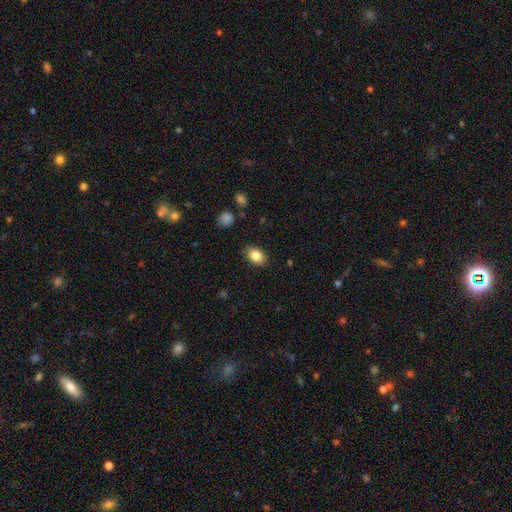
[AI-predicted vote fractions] Smooth or featured: smooth — 84% (star or artifact — 8%)
How rounded: in between — 78% (round — 20%)
Merging: none — 86% (minor disturbance — 10%)